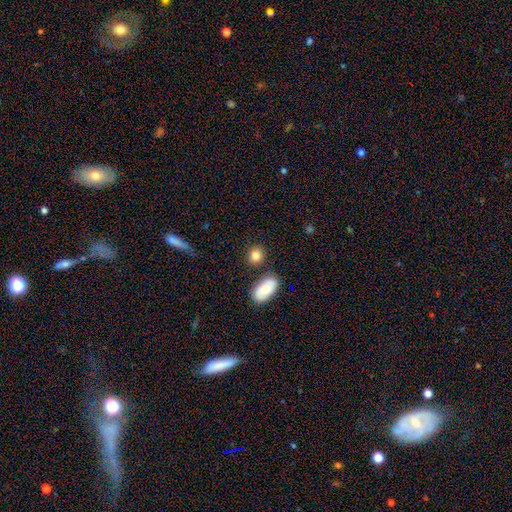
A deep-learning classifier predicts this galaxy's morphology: Q: Smooth or featured?
A: smooth (85%); runner-up: star or artifact (8%)
Q: How rounded?
A: round (66%); runner-up: in between (33%)
Q: Merging?
A: none (79%); runner-up: minor disturbance (10%)